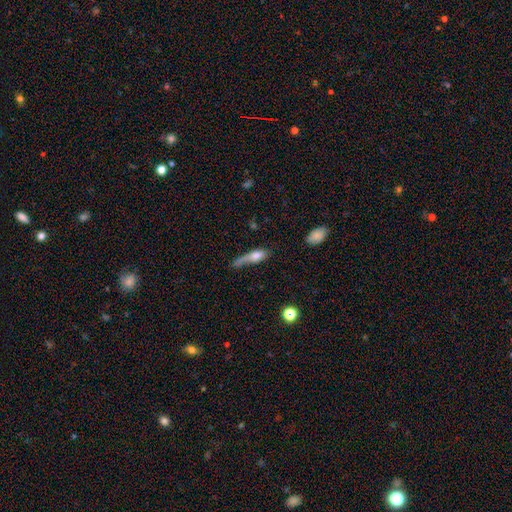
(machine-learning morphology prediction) A smooth galaxy with no disk features (65%) that is in between round and cigar-shaped (48%). Merging: major disturbance (34%).